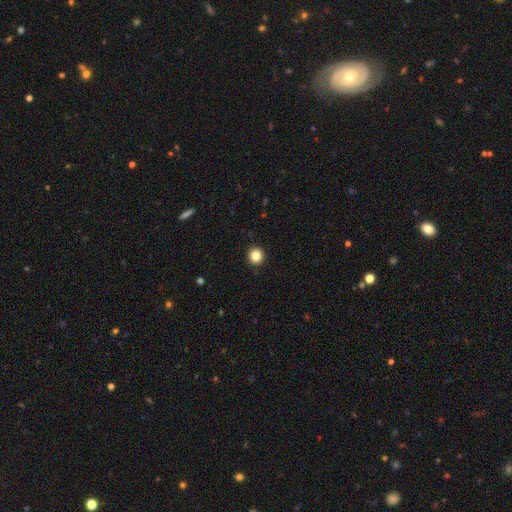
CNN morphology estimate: Smooth or featured: smooth — 84% (star or artifact — 11%)
How rounded: round — 90% (in between — 9%)
Merging: none — 93% (minor disturbance — 5%)